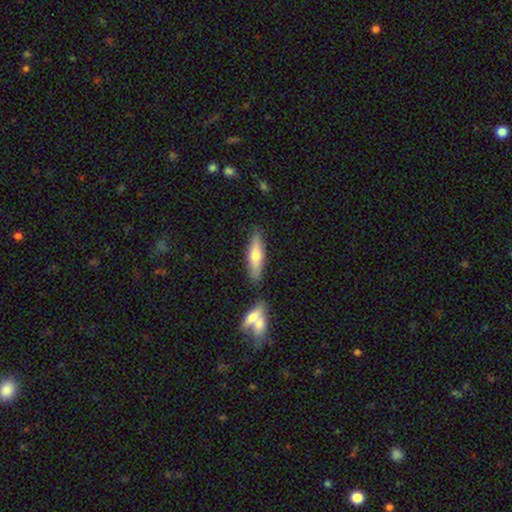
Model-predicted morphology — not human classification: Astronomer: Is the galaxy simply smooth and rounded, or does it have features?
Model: smooth — 60%.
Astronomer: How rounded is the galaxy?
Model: cigar-shaped — 61% (runner-up: in between, 37%).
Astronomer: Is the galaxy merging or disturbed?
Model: none — 78%.